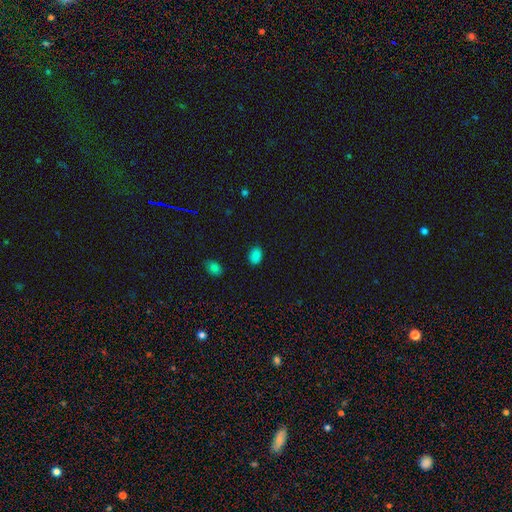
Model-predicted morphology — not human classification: The model was most divided on "how rounded": in between: 74%, round: 25%, cigar-shaped: 1%. More confident: merging — none (85%); smooth or featured — smooth (83%).